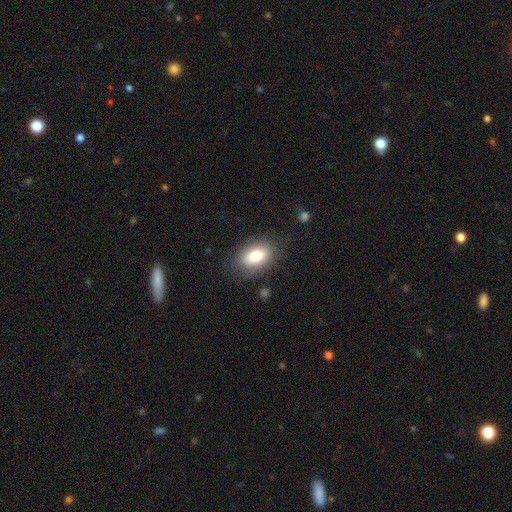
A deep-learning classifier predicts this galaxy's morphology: A smooth galaxy with no disk features (81%) that is in between round and cigar-shaped (89%). Merging: none (81%).